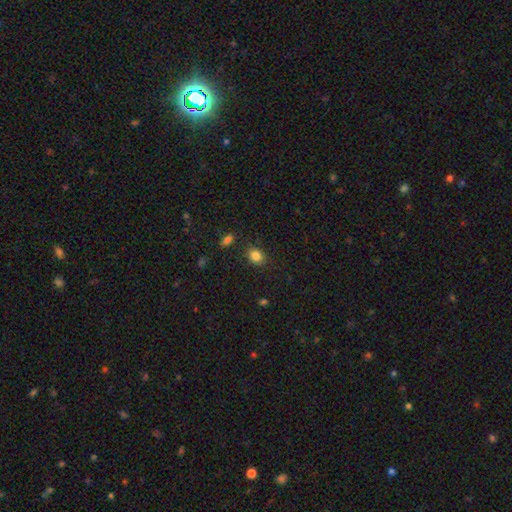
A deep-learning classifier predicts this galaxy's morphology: A smooth galaxy with no disk features (83%) that is round (55%).

Vote fractions:
- Smooth or featured? smooth: 83% / star or artifact: 11% / featured or disk: 6%
- How rounded? round: 55% / in between: 44% / cigar-shaped: 1%
- Merging? none: 84% / minor disturbance: 11% / major disturbance: 3% / merger: 2%